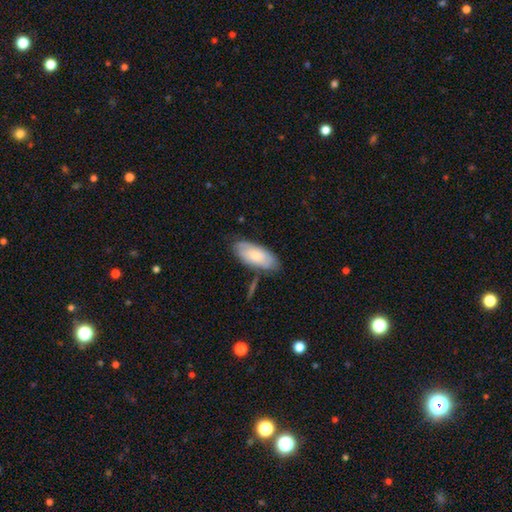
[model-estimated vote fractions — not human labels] Smooth or featured: smooth — 68% (featured or disk — 26%)
How rounded: in between — 89% (cigar-shaped — 9%)
Merging: none — 69% (minor disturbance — 20%)